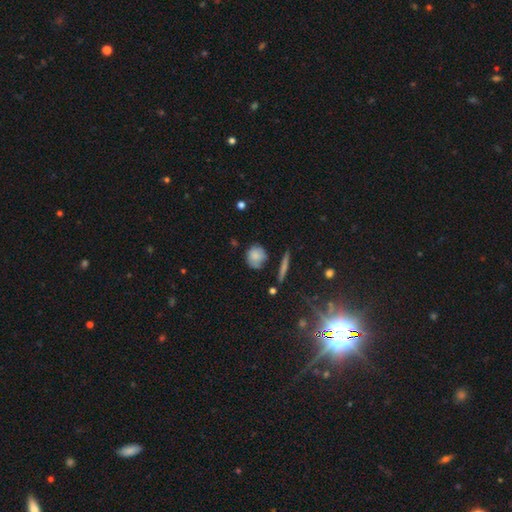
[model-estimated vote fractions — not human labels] smooth-or-featured: smooth: 77% | featured or disk: 14% | star or artifact: 8%
  how-rounded: round: 75% | in between: 22% | cigar-shaped: 3%
  merging: none: 61% | minor disturbance: 27% | major disturbance: 7% | merger: 6%